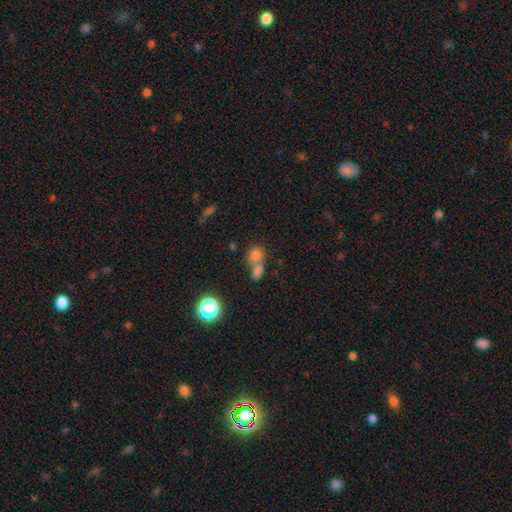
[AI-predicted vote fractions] Smooth or featured? Predicted: smooth (p=0.76). How rounded? Predicted: round (p=0.51). Merging? Predicted: merger (p=0.59).